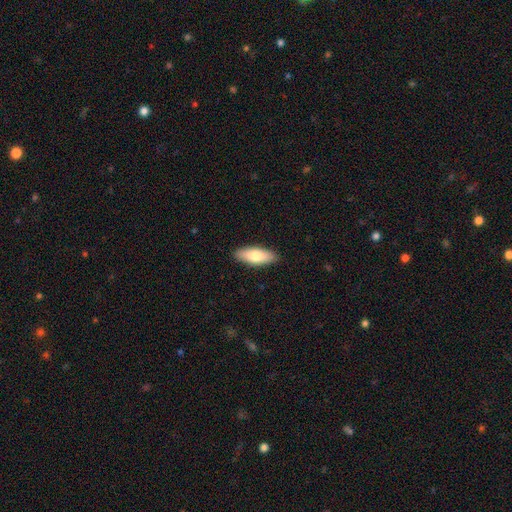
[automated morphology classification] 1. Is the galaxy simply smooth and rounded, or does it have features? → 74% smooth, 21% featured or disk, 6% star or artifact.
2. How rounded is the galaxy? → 69% in between, 29% cigar-shaped, 2% round.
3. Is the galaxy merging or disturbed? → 90% none, 8% minor disturbance, 2% major disturbance, 1% merger.